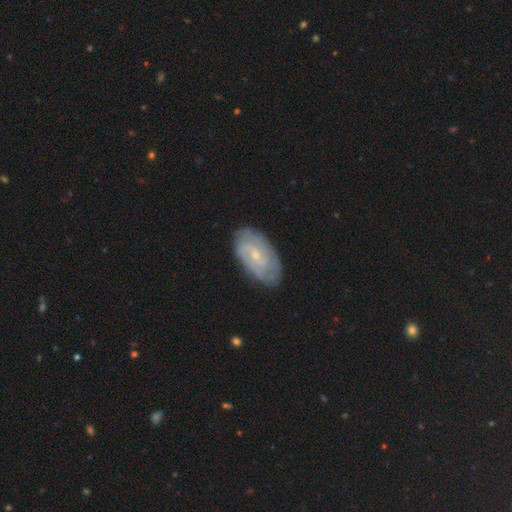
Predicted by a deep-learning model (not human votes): A featured or disk galaxy (72%) with no bar (55%), tight (59%) spiral arms (89%) and a small central bulge (72%). Merging: none (78%).